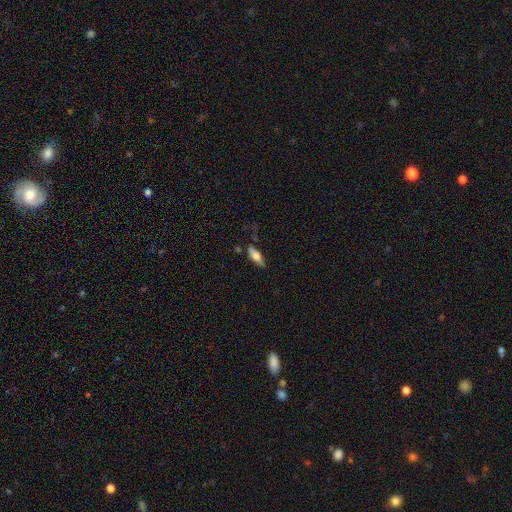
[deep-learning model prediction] Smooth or featured? Predicted: smooth (p=0.63). How rounded? Predicted: in between (p=0.64). Merging? Predicted: none (p=0.67).